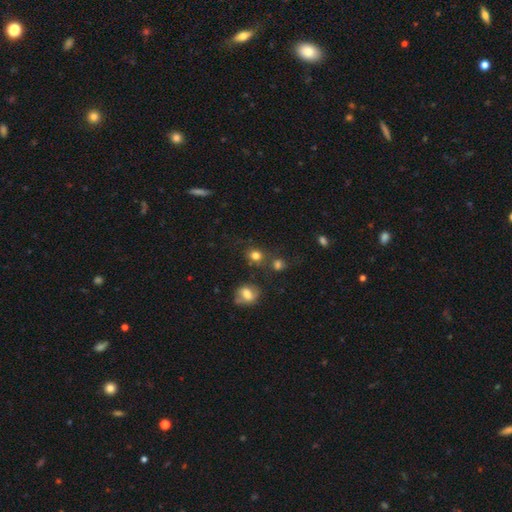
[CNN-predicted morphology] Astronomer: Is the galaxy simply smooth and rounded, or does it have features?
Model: smooth — 79%.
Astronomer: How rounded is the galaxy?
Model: round — 75%.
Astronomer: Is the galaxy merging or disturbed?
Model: none — 68%.